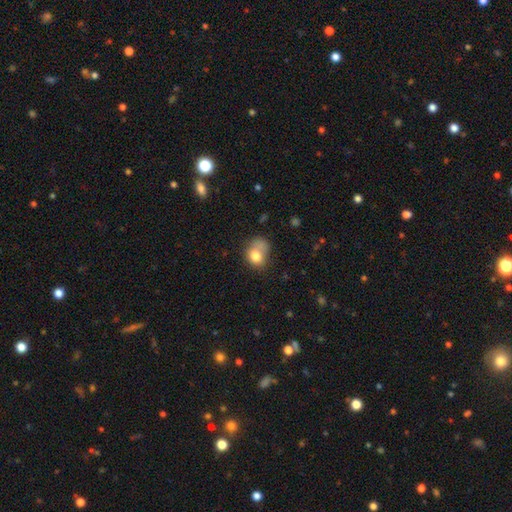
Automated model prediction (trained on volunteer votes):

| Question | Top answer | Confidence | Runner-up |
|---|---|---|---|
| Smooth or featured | smooth | 76% | featured or disk (15%) |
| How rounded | in between | 52% | round (47%) |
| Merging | none | 32% | minor disturbance (24%) |